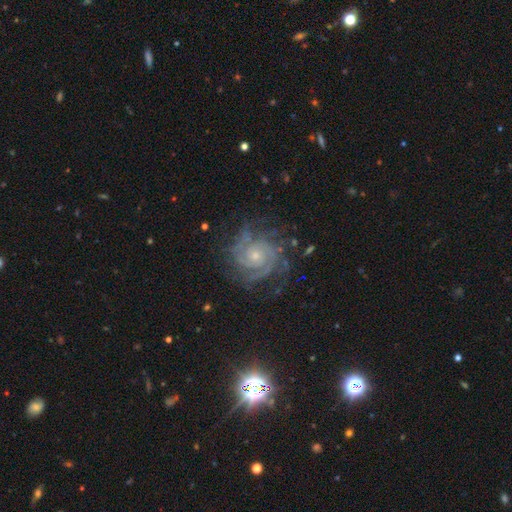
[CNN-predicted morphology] Smooth or featured? Predicted: featured or disk (p=0.89). Edge-on disk? Predicted: no (p=0.98). Bar? Predicted: no (p=0.77). Spiral arms? Predicted: yes (p=0.98). Spiral winding? Predicted: tight (p=0.74). Spiral arm count? Predicted: 2 (p=0.31). Bulge size? Predicted: small (p=0.61). Merging? Predicted: none (p=0.72).